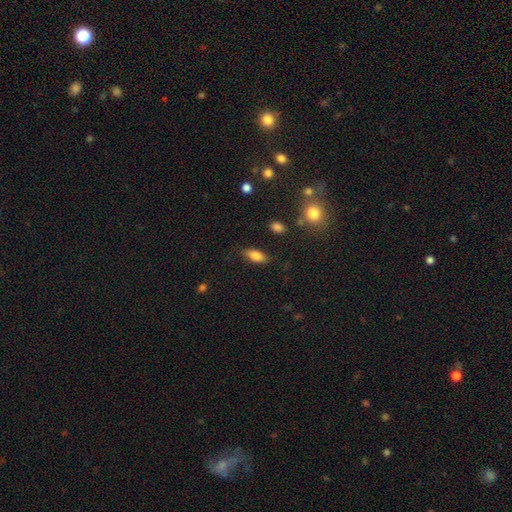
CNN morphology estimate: A smooth galaxy with no disk features (82%) that is in between round and cigar-shaped (84%). Merging: none (80%).